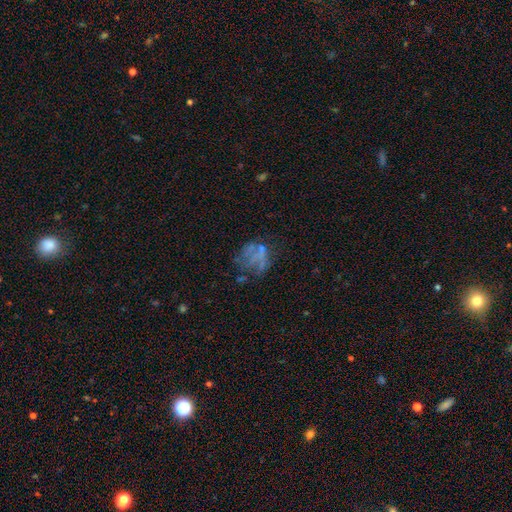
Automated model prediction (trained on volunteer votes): Smooth or featured: featured or disk — 45% (smooth — 31%)
Merging: none — 47% (major disturbance — 28%)